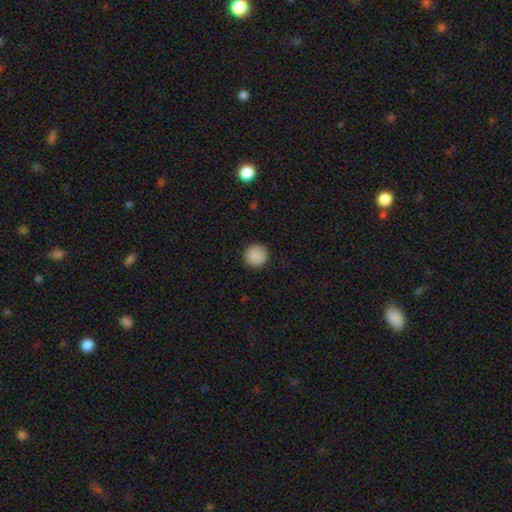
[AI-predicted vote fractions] Smooth or featured: smooth — 89% (star or artifact — 8%)
How rounded: round — 96% (in between — 4%)
Merging: none — 92% (minor disturbance — 5%)